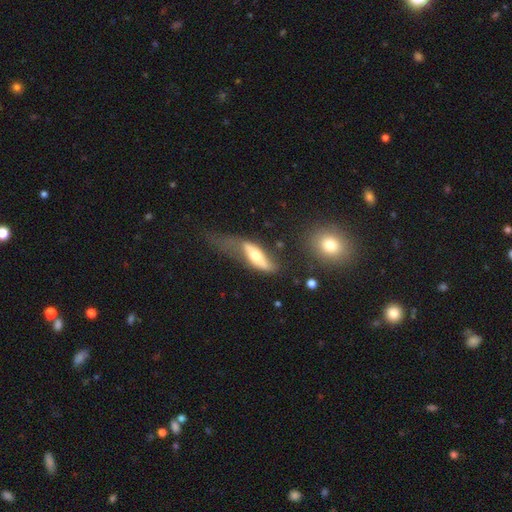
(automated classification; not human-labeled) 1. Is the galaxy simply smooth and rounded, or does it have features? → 48% featured or disk, 46% smooth, 6% star or artifact.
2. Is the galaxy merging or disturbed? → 43% major disturbance, 25% minor disturbance, 25% none, 7% merger.